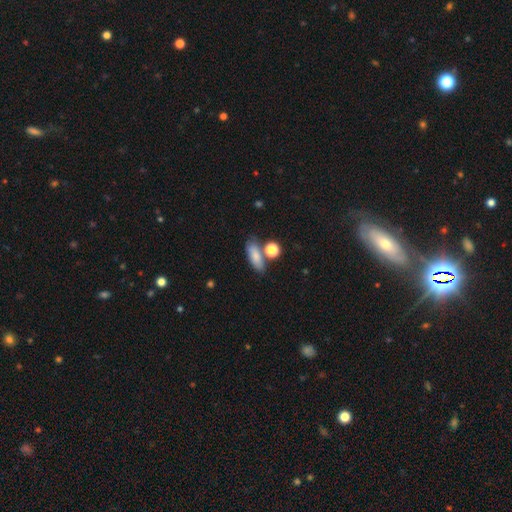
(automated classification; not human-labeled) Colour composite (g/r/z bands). It shows a smooth galaxy with no disk features (79%) that is in between round and cigar-shaped (68%). Merging: none (62%).